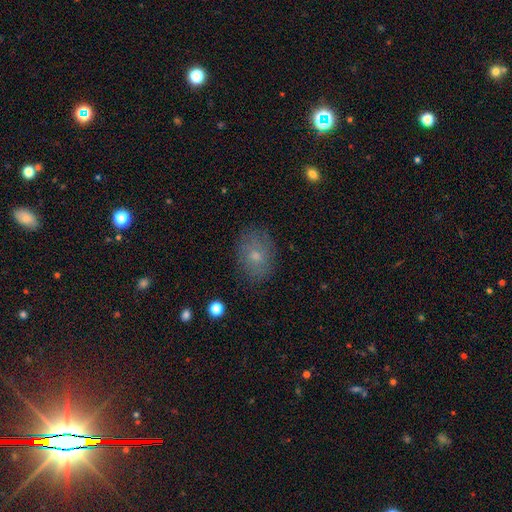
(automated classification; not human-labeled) Q: Smooth or featured?
A: smooth (67%); runner-up: featured or disk (21%)
Q: How rounded?
A: in between (69%); runner-up: round (30%)
Q: Merging?
A: none (81%); runner-up: minor disturbance (14%)